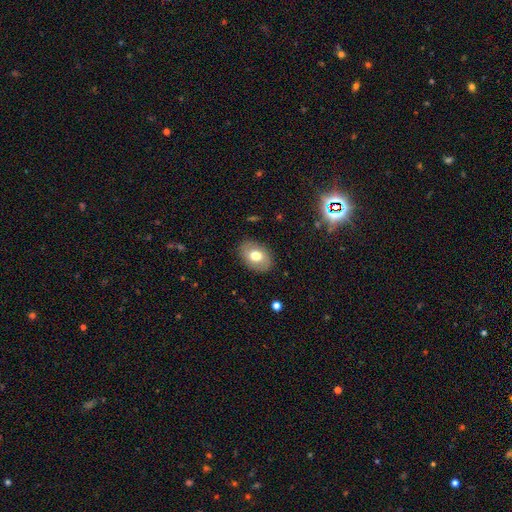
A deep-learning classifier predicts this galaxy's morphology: This is likely a smooth galaxy (72%). How rounded: clearly in between (80%). Merging: clearly none (86%).